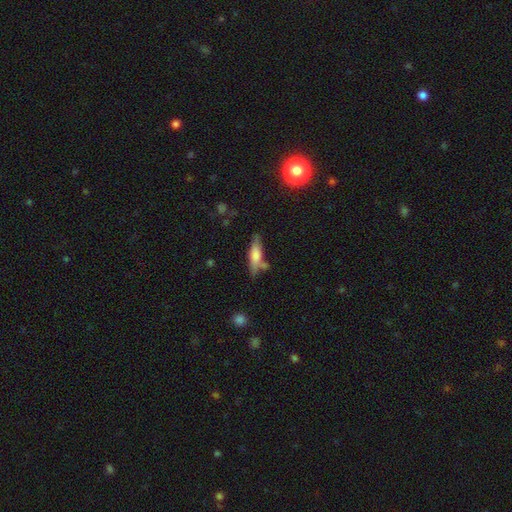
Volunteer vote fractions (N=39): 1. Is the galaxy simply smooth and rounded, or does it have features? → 56% smooth, 41% featured or disk, 3% star or artifact.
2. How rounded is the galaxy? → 91% cigar-shaped, 9% in between, 0% round.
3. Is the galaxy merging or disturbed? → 79% none, 18% merger, 3% minor disturbance, 0% major disturbance.